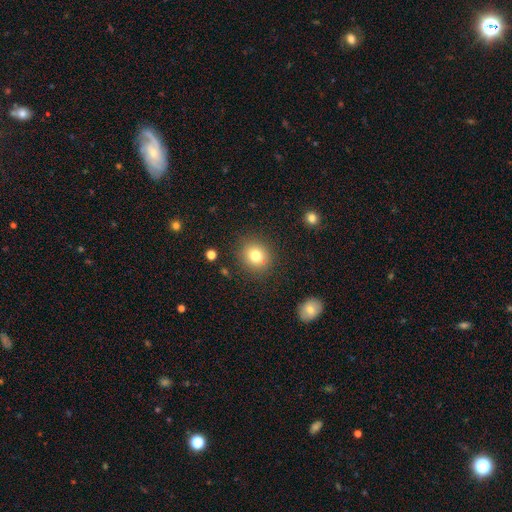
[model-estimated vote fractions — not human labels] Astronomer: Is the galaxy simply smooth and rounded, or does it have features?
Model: smooth — 78%.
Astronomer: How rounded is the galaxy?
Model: round — 83%.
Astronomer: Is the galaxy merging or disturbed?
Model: none — 84%.